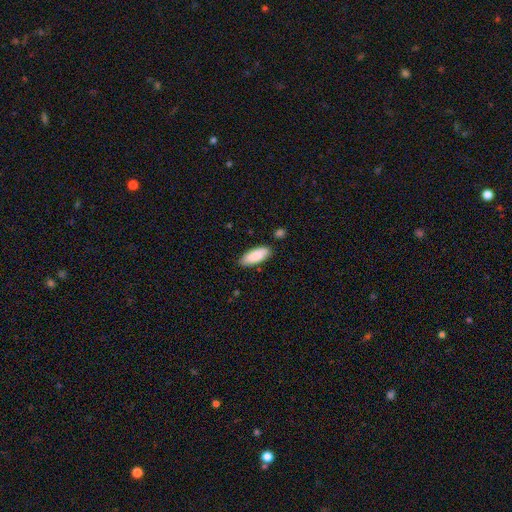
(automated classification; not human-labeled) smooth 88%, featured or disk 6%, star or artifact 6%. Down the decision tree: how rounded — in between (79%); merging — none (83%).